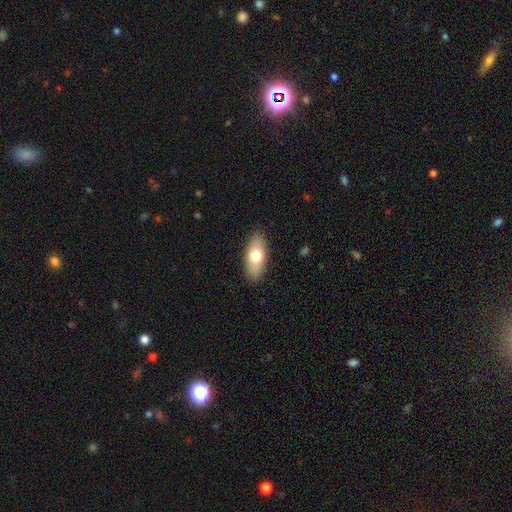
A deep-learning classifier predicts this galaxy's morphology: Q: Smooth or featured?
A: smooth (72%); runner-up: featured or disk (22%)
Q: How rounded?
A: in between (86%); runner-up: cigar-shaped (11%)
Q: Merging?
A: none (88%); runner-up: minor disturbance (9%)